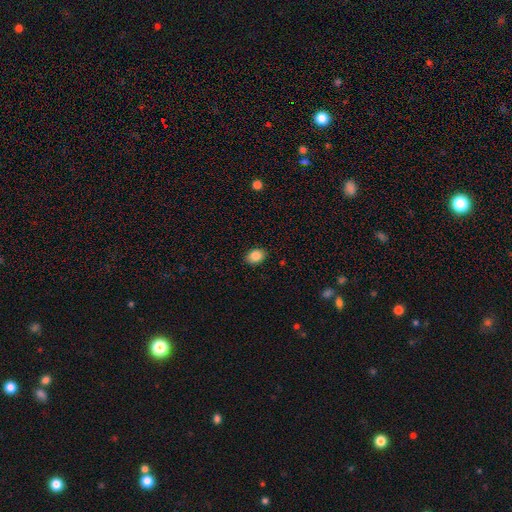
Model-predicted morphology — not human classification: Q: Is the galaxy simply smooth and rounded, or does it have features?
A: smooth — 87%.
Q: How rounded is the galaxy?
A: in between — 68%.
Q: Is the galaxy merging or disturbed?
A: none — 88%.